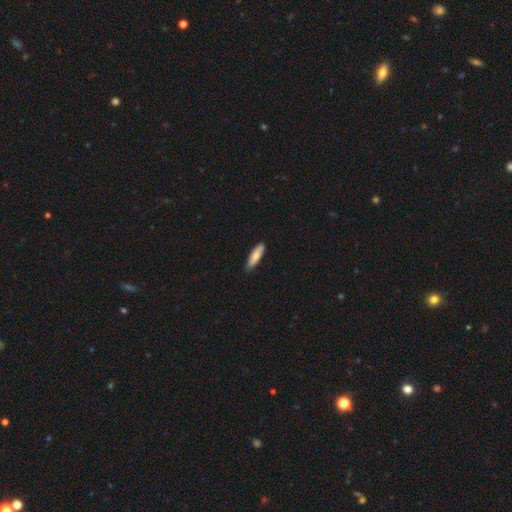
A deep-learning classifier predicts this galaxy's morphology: Q: Smooth or featured?
A: smooth (80%); runner-up: featured or disk (15%)
Q: How rounded?
A: cigar-shaped (62%); runner-up: in between (36%)
Q: Merging?
A: none (85%); runner-up: minor disturbance (12%)